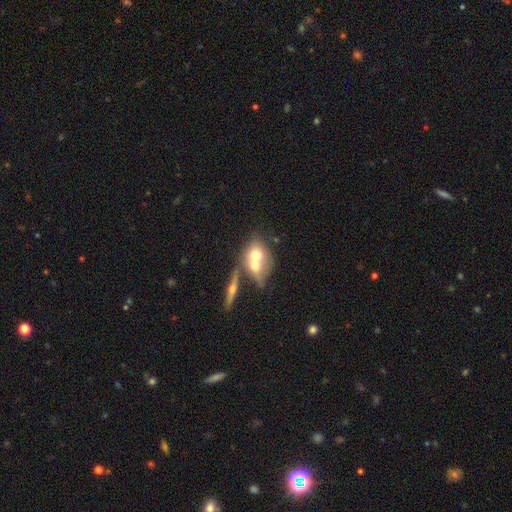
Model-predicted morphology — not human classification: This appears to be a smooth galaxy with no disk features (59%) that is in between round and cigar-shaped (54%). Merging: merger (65%).